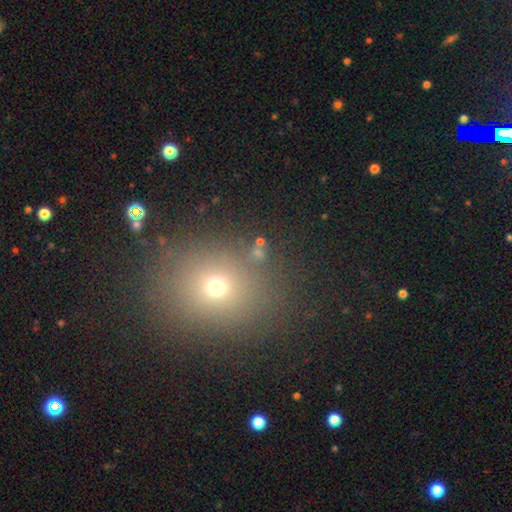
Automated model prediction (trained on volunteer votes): Smooth or featured: smooth — 61% (star or artifact — 28%)
How rounded: round — 67% (in between — 32%)
Merging: none — 80% (minor disturbance — 9%)